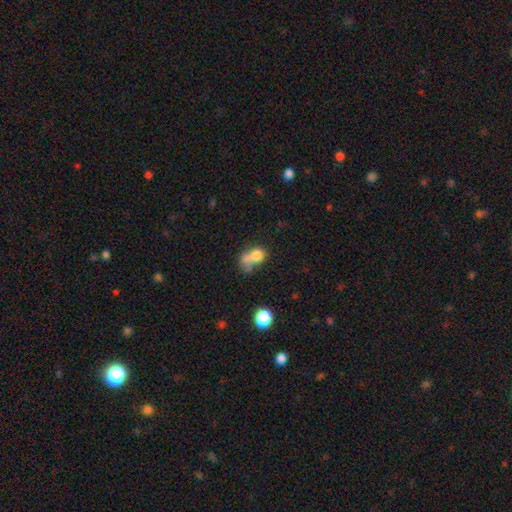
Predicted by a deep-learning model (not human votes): Q: Smooth or featured?
A: smooth (71%); runner-up: featured or disk (17%)
Q: How rounded?
A: round (52%); runner-up: in between (47%)
Q: Merging?
A: merger (52%); runner-up: none (22%)